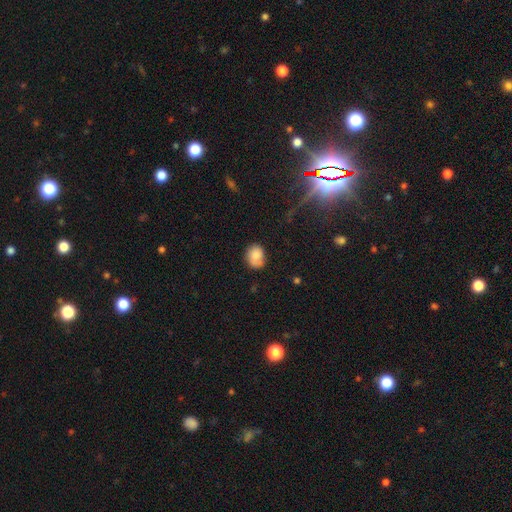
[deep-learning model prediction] smooth 78%, featured or disk 14%, star or artifact 9%. Down the decision tree: how rounded — round (53%); merging — none (63%).